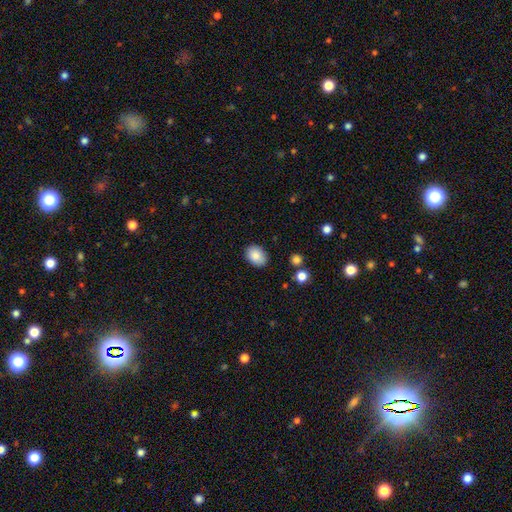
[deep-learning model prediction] Q: Smooth or featured?
A: smooth (86%); runner-up: star or artifact (8%)
Q: How rounded?
A: in between (71%); runner-up: round (28%)
Q: Merging?
A: none (85%); runner-up: minor disturbance (11%)